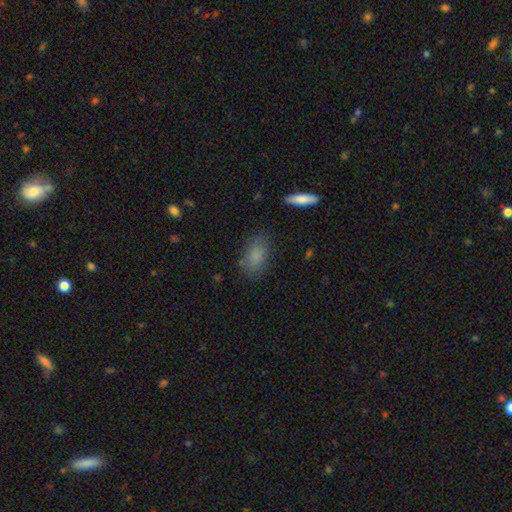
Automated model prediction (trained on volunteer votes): smooth 83%, star or artifact 9%, featured or disk 8%. Down the decision tree: how rounded — in between (89%); merging — none (76%).